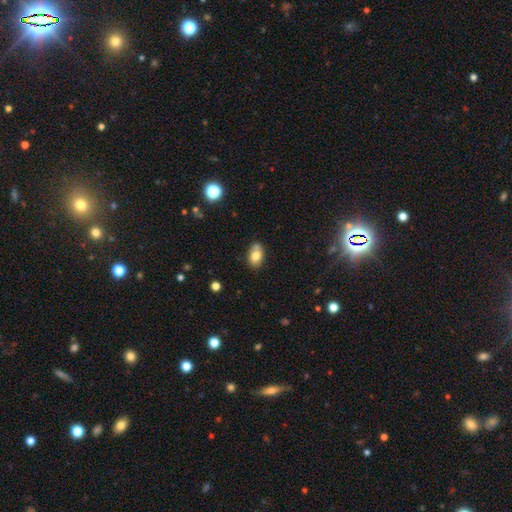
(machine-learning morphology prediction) A smooth galaxy with no disk features (77%) that is in between round and cigar-shaped (82%).

Vote fractions:
- Smooth or featured? smooth: 77% / featured or disk: 14% / star or artifact: 9%
- How rounded? in between: 82% / round: 17% / cigar-shaped: 1%
- Merging? none: 64% / minor disturbance: 20% / merger: 12% / major disturbance: 4%